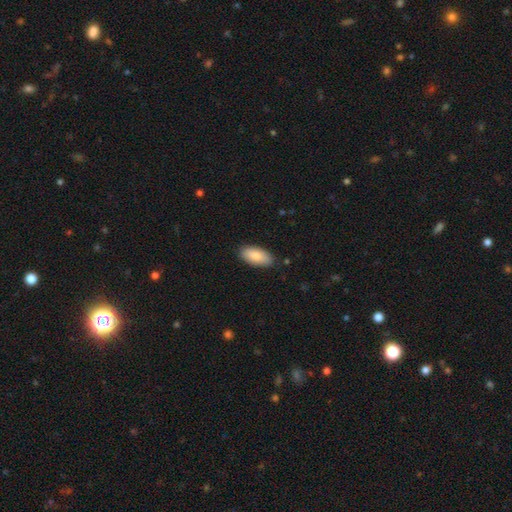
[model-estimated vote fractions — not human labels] A smooth galaxy with no disk features (85%) that is in between round and cigar-shaped (91%).

Vote fractions:
- Smooth or featured? smooth: 85% / featured or disk: 9% / star or artifact: 6%
- How rounded? in between: 91% / cigar-shaped: 7% / round: 2%
- Merging? none: 86% / minor disturbance: 11% / major disturbance: 2% / merger: 1%